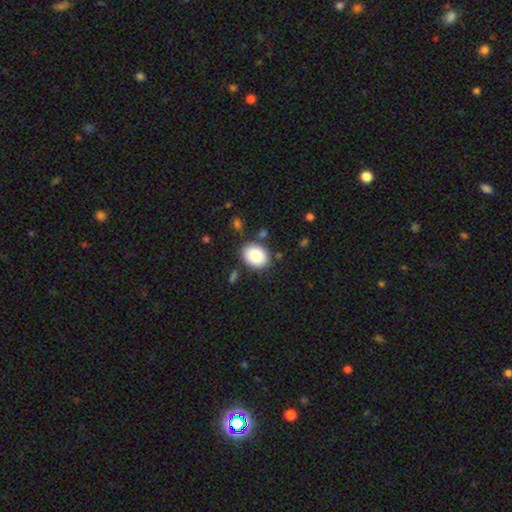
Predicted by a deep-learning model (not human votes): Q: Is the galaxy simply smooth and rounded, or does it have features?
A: smooth — 82%.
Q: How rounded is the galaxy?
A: in between — 62%.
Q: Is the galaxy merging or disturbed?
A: none — 83%.